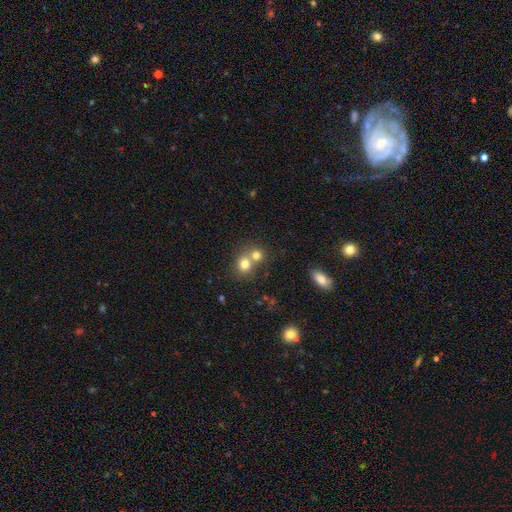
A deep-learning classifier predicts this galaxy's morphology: This is likely a smooth galaxy (64%). How rounded: likely round (80%). Merging: possibly none (47%).